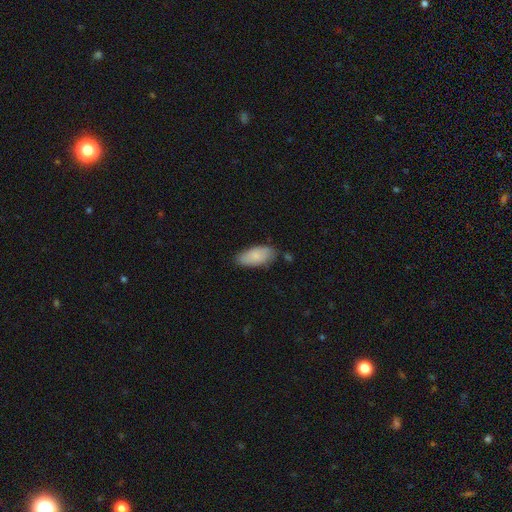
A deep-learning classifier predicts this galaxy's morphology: Smooth or featured? Predicted: smooth (p=0.82). How rounded? Predicted: in between (p=0.90). Merging? Predicted: none (p=0.75).